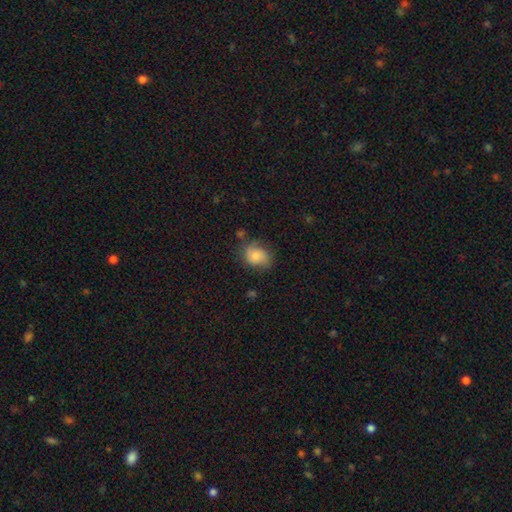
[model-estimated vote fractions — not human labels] A smooth galaxy with no disk features (71%) that is in between round and cigar-shaped (51%). Merging: none (54%).